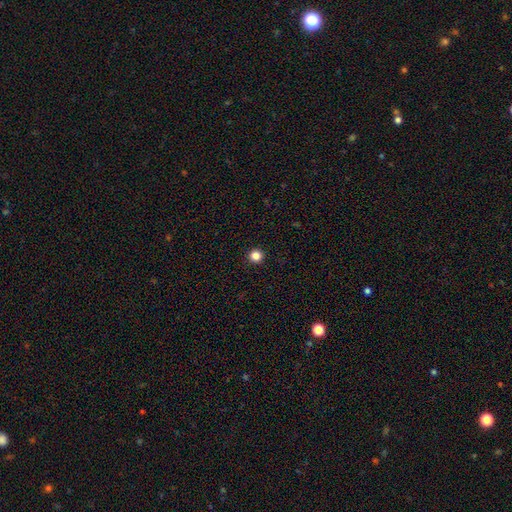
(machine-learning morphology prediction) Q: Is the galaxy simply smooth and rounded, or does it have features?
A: smooth — 85%.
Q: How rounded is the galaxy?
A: round — 96%.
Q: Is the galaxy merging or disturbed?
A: none — 94%.